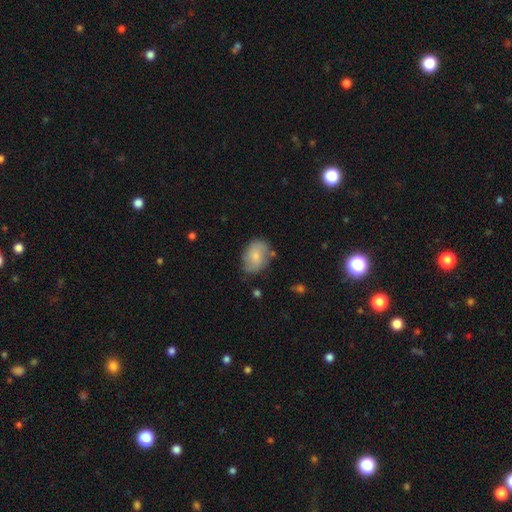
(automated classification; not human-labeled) smooth 70%, featured or disk 23%, star or artifact 7%. Down the decision tree: how rounded — in between (77%); merging — none (70%).